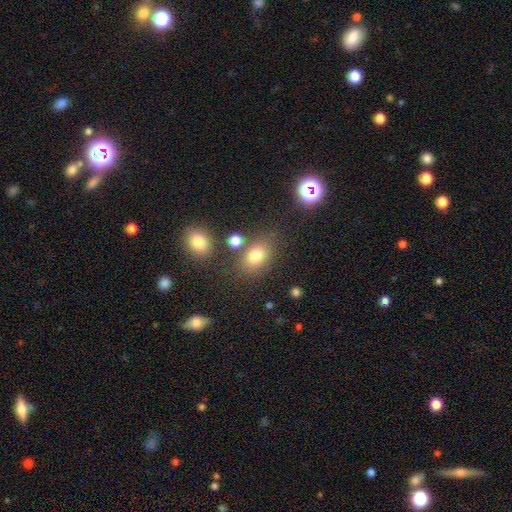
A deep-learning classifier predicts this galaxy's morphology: The model was most divided on "how rounded": in between: 69%, round: 29%, cigar-shaped: 2%. More confident: smooth or featured — smooth (78%); merging — none (71%).